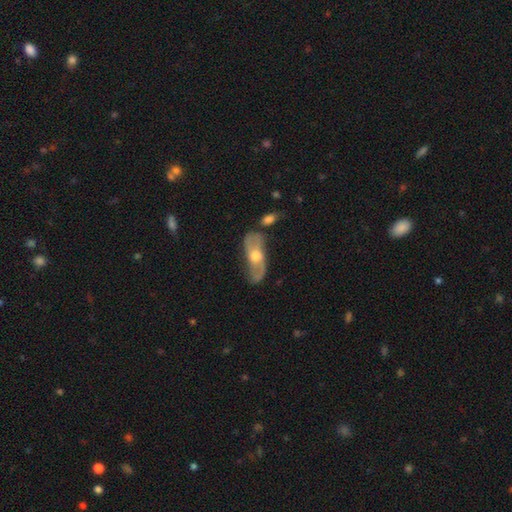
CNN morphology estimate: This is likely a featured or disk galaxy (68%). It is clearly not viewed edge-on (81%). Bar: likely no (64%). Spiral arm pattern: likely yes (72%). Central bulge: likely moderate (76%). Merging: likely none (68%).